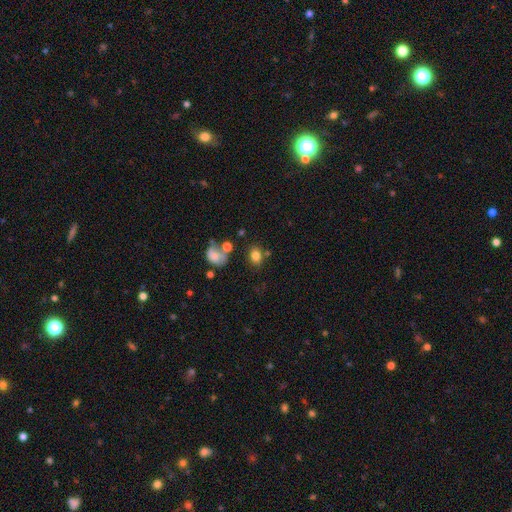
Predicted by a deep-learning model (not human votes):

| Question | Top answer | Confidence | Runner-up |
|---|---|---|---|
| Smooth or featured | smooth | 79% | star or artifact (12%) |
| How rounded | in between | 55% | round (44%) |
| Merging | none | 67% | minor disturbance (15%) |